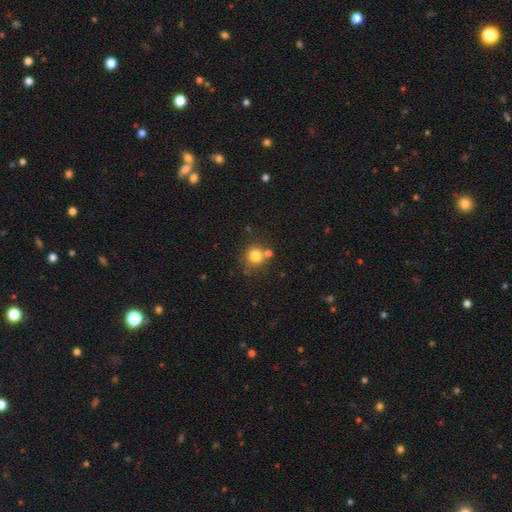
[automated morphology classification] A smooth galaxy with no disk features (80%) that is round (89%). Merging: none (65%).